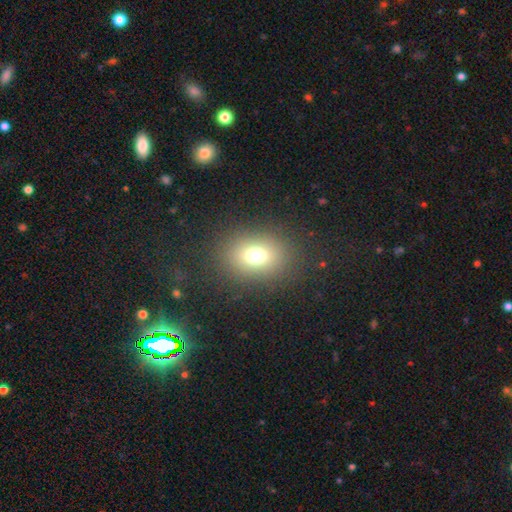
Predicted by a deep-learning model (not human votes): The model was most divided on "how rounded": in between: 51%, round: 48%, cigar-shaped: 1%. More confident: merging — none (84%); smooth or featured — smooth (71%).